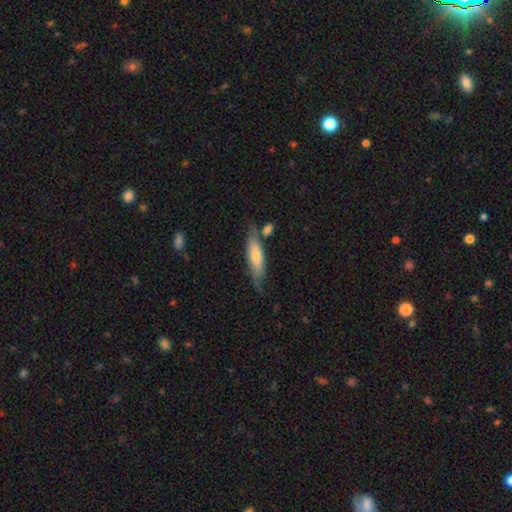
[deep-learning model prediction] The model was most divided on "how rounded": cigar-shaped: 59%, in between: 39%, round: 2%. More confident: merging — none (61%); smooth or featured — smooth (58%).